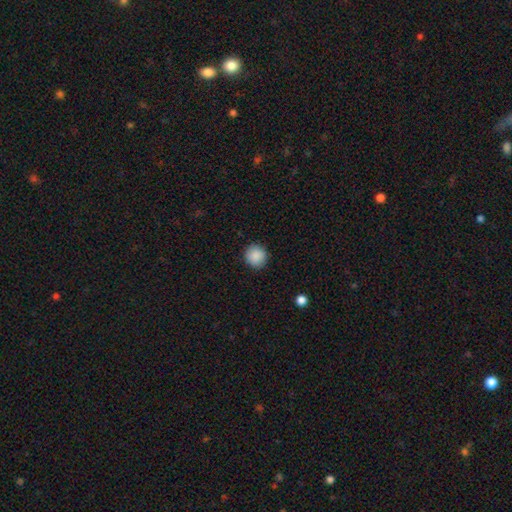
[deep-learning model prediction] Smooth or featured?
  - smooth: 89% *
  - star or artifact: 8%
  - featured or disk: 3%
How rounded?
  - round: 93% *
  - in between: 6%
  - cigar-shaped: 1%
Merging?
  - none: 90% *
  - minor disturbance: 7%
  - major disturbance: 2%
  - merger: 1%